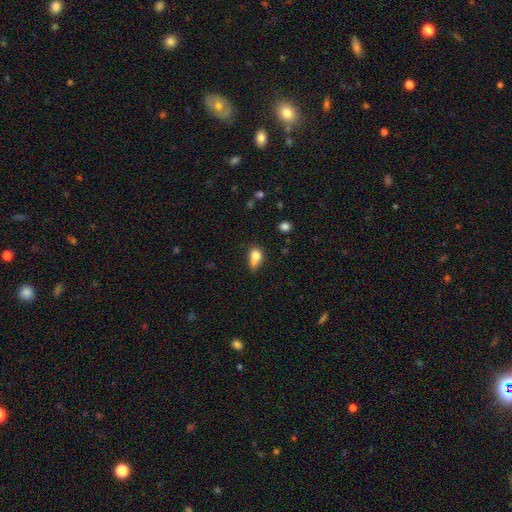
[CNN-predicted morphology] Smooth or featured: smooth — 77% (featured or disk — 13%)
How rounded: in between — 62% (round — 35%)
Merging: none — 34% (minor disturbance — 28%)